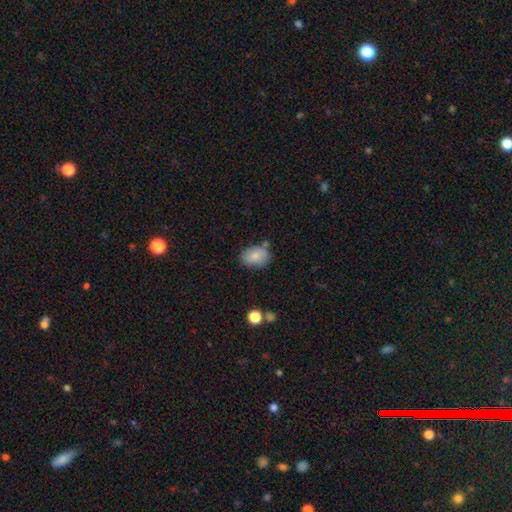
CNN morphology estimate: smooth_or_featured: smooth (p=0.80) [alt: featured or disk p=0.11]
how_rounded: in between (p=0.76) [alt: round p=0.23]
merging: none (p=0.67) [alt: minor disturbance p=0.21]